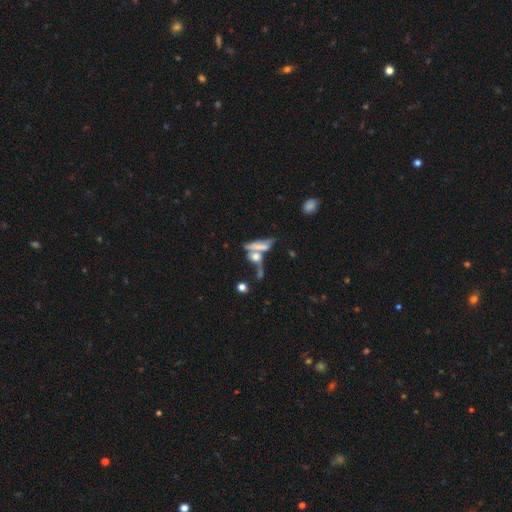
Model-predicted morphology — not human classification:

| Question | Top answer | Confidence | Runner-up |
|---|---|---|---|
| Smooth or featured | smooth | 50% | featured or disk (37%) |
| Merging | merger | 52% | none (26%) |